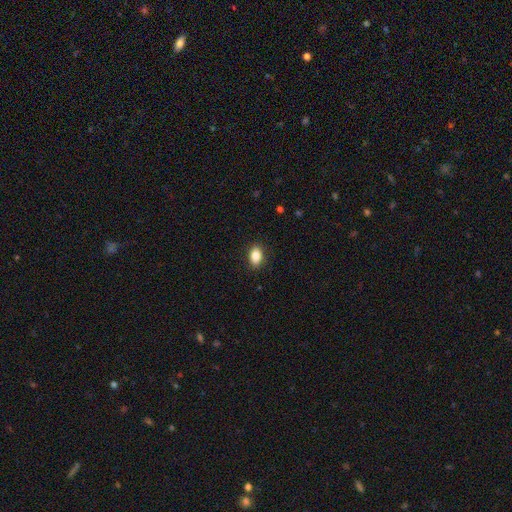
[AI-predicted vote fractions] smooth_or_featured: smooth (p=0.85) [alt: star or artifact p=0.08]
how_rounded: in between (p=0.84) [alt: round p=0.14]
merging: none (p=0.89) [alt: minor disturbance p=0.08]